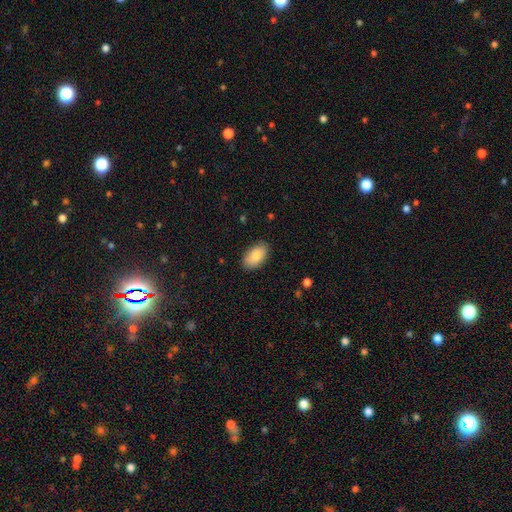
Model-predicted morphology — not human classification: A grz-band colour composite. It shows a smooth galaxy with no disk features (85%) that is in between round and cigar-shaped (94%). Merging: none (85%).